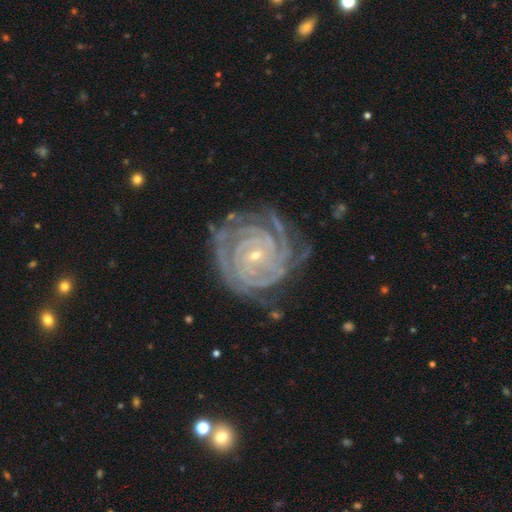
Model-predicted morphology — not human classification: The model was most divided on "spiral arm count": 4: 31%, more than 4: 18%, 3: 17%, can't tell: 16%, 2: 11%, 1: 7%. More confident: spiral arms — yes (98%); edge-on disk — no (98%); smooth or featured — featured or disk (91%); spiral winding — tight (86%); bulge size — small (82%); merging — none (71%); bar — no (59%).